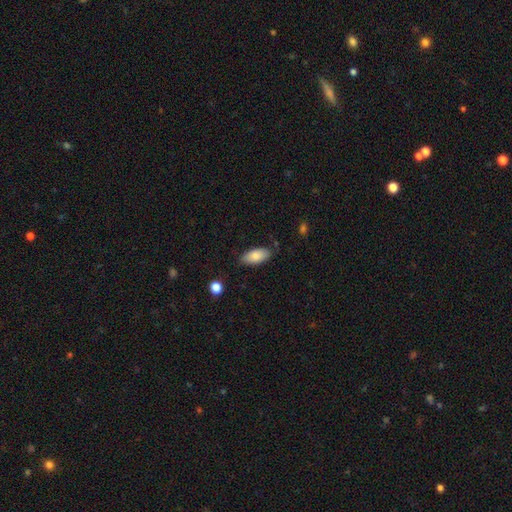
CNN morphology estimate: A smooth galaxy with no disk features (84%) that is in between round and cigar-shaped (89%). Merging: none (81%).